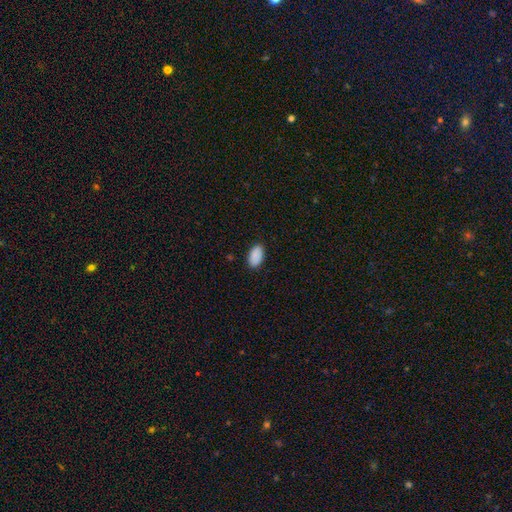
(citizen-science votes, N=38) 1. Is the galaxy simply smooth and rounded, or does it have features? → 92% smooth, 5% star or artifact, 3% featured or disk.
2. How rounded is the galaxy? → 94% in between, 3% round, 3% cigar-shaped.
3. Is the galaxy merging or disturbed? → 92% none, 8% minor disturbance, 0% major disturbance, 0% merger.